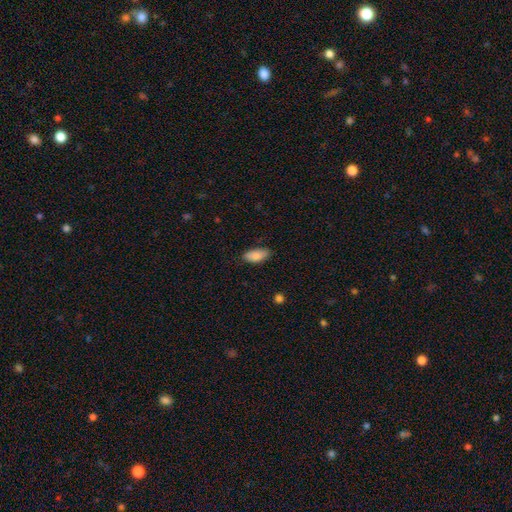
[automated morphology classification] Smooth or featured? smooth (87%)
How rounded? in between (89%)
Merging? none (82%)